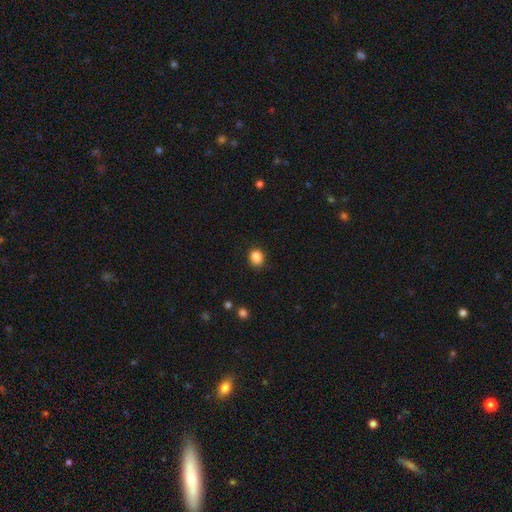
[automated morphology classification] Overall: smooth (85%). How rounded: round (71%). Merging: none (86%).